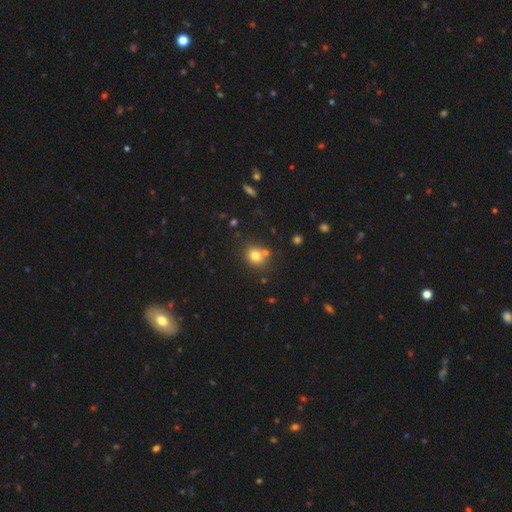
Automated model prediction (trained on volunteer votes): Smooth or featured? Predicted: smooth (p=0.77). How rounded? Predicted: round (p=0.70). Merging? Predicted: none (p=0.66).